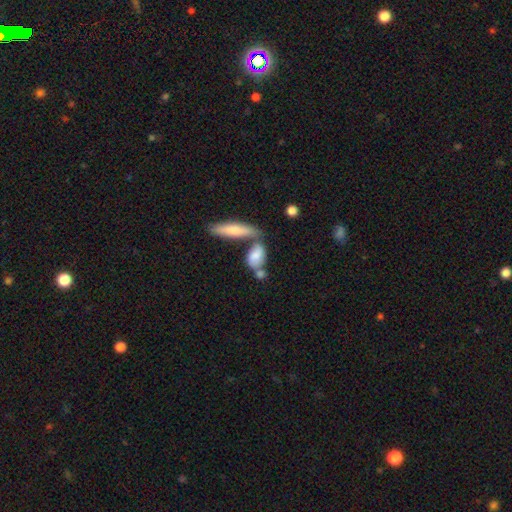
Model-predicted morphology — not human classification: smooth-or-featured: smooth: 75% | featured or disk: 18% | star or artifact: 7%
  how-rounded: in between: 76% | cigar-shaped: 17% | round: 7%
  merging: none: 39% (tied) | merger: 39% (tied) | minor disturbance: 15% | major disturbance: 7%